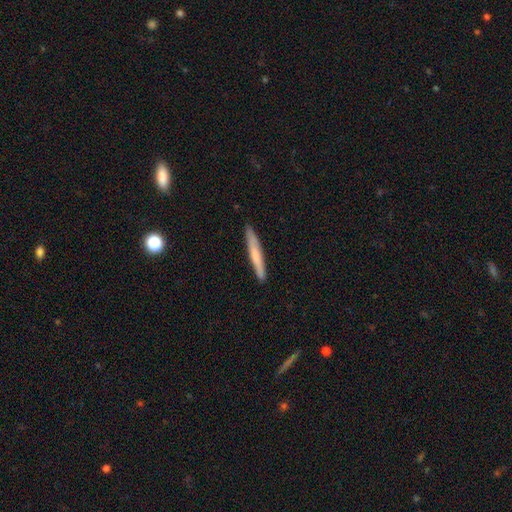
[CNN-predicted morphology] smooth 63%, featured or disk 31%, star or artifact 6%. Down the decision tree: how rounded — cigar-shaped (96%); merging — none (89%).